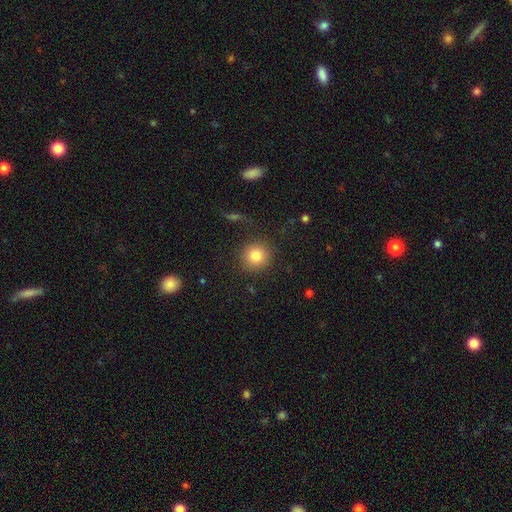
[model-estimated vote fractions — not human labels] Smooth or featured: smooth — 82% (star or artifact — 11%)
How rounded: round — 90% (in between — 9%)
Merging: none — 87% (minor disturbance — 8%)